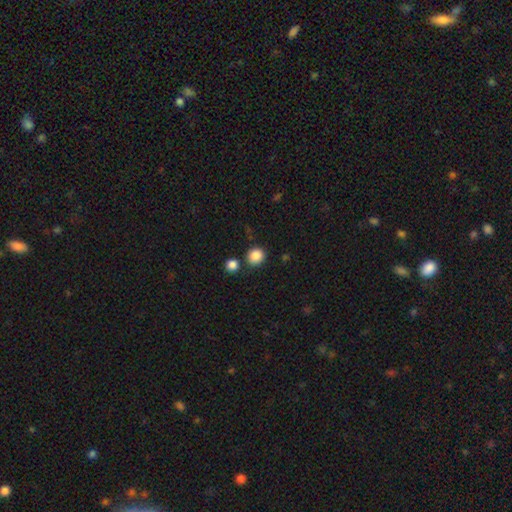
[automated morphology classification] Smooth or featured?
  - smooth: 87% *
  - star or artifact: 10%
  - featured or disk: 3%
How rounded?
  - round: 83% *
  - in between: 16%
  - cigar-shaped: 1%
Merging?
  - none: 76% *
  - merger: 11%
  - minor disturbance: 10%
  - major disturbance: 3%